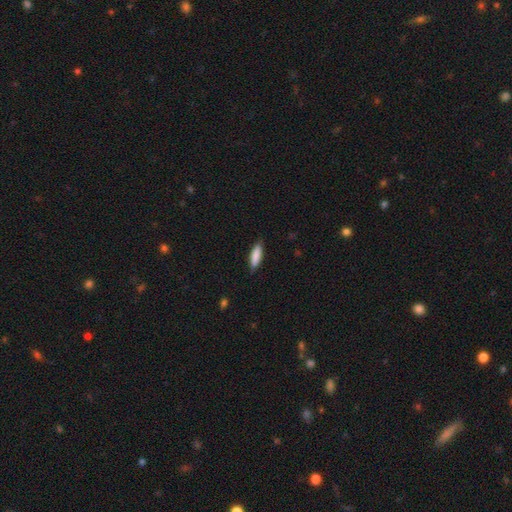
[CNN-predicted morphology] This is clearly a smooth galaxy (84%). How rounded: possibly cigar-shaped (58%). Merging: clearly none (85%).